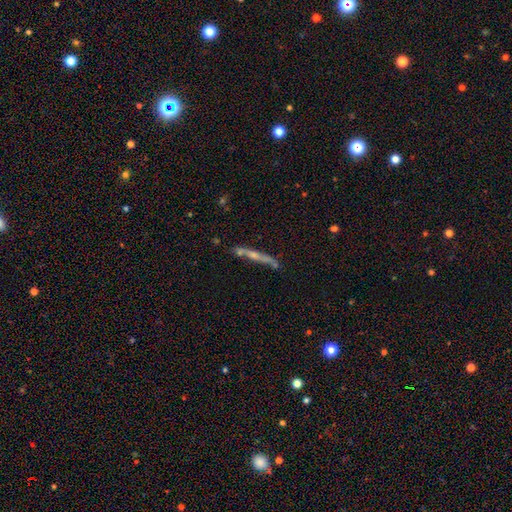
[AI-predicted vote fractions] A featured or disk galaxy (63%) viewed edge-on (93%) with a rounded central bulge (53%).

Vote fractions:
- Smooth or featured? featured or disk: 63% / smooth: 29% / star or artifact: 8%
- Edge-on disk? yes: 93% / no: 7%
- Edge-on bulge? rounded: 53% / none: 37% / boxy: 10%
- Merging? none: 71% / minor disturbance: 17% / merger: 8% / major disturbance: 4%